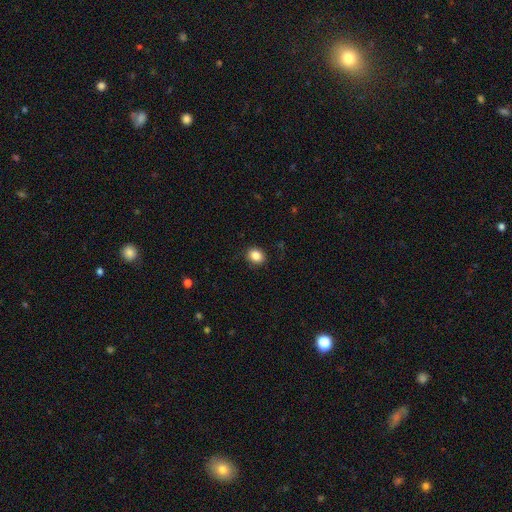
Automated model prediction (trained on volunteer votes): Q: Smooth or featured?
A: smooth (86%); runner-up: star or artifact (9%)
Q: How rounded?
A: round (52%); runner-up: in between (47%)
Q: Merging?
A: none (87%); runner-up: minor disturbance (9%)